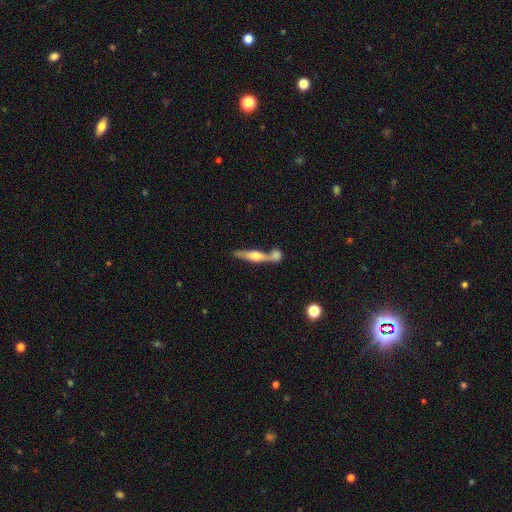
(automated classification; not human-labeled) smooth_or_featured: featured or disk (p=0.59) [alt: smooth p=0.34]
disk_edge_on: yes (p=0.93) [alt: no p=0.07]
edge_on_bulge: rounded (p=0.86) [alt: boxy p=0.09]
merging: none (p=0.47) [alt: merger p=0.40]